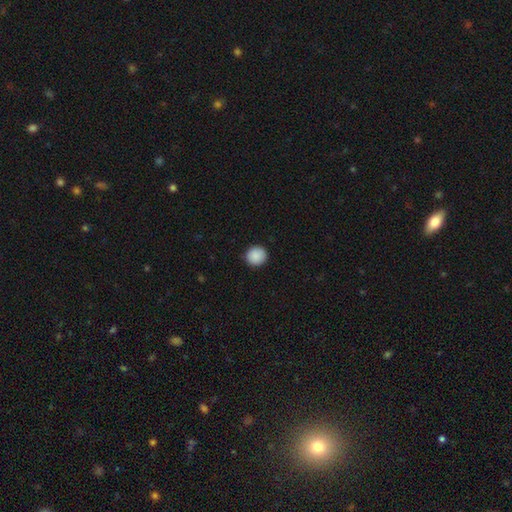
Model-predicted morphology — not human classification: The model was most divided on "smooth or featured": smooth: 89%, star or artifact: 8%, featured or disk: 3%. More confident: how rounded — round (93%); merging — none (91%).